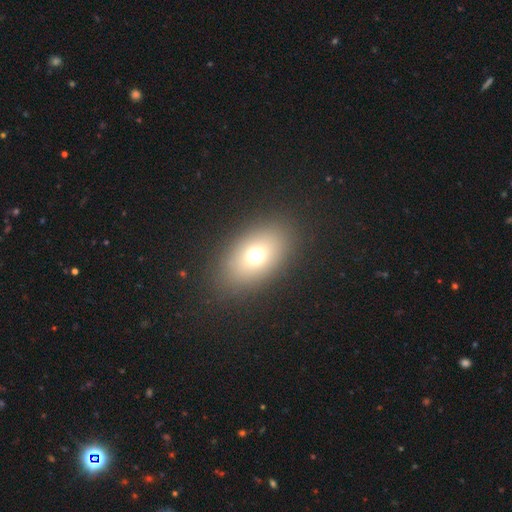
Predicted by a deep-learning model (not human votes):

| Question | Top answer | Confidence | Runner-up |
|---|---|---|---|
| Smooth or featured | smooth | 70% | featured or disk (16%) |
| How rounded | in between | 79% | round (19%) |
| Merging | none | 86% | minor disturbance (8%) |